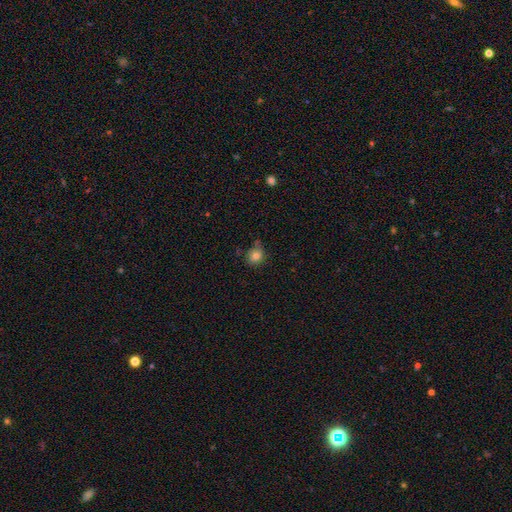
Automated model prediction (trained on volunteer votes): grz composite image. It shows a smooth galaxy with no disk features (82%) that is round (80%). Merging: none (71%).